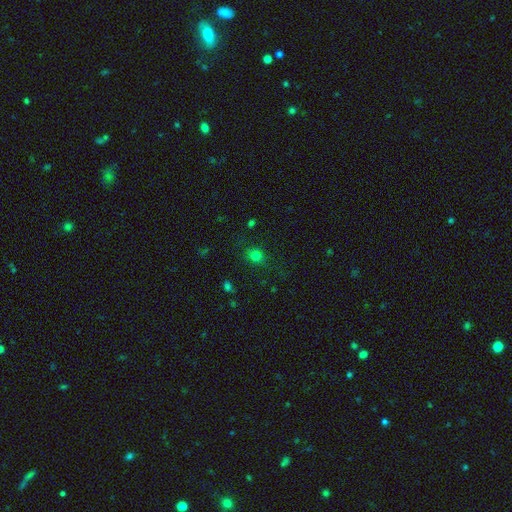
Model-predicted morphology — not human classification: A smooth galaxy with no disk features (75%) that is round (77%).

Vote fractions:
- Smooth or featured? smooth: 75% / star or artifact: 18% / featured or disk: 7%
- How rounded? round: 77% / in between: 22% / cigar-shaped: 1%
- Merging? none: 80% / minor disturbance: 13% / major disturbance: 5% / merger: 2%